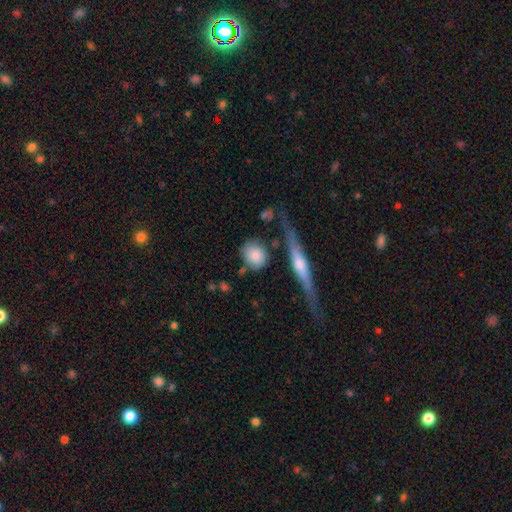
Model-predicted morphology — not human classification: Smooth or featured? Predicted: smooth (p=0.80). How rounded? Predicted: round (p=0.77). Merging? Predicted: none (p=0.68).